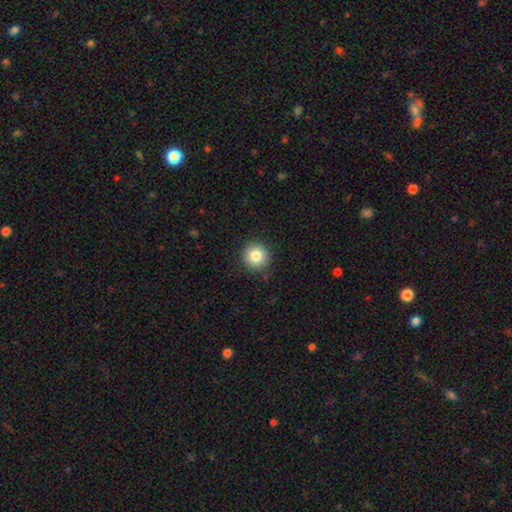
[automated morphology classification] This appears to be a smooth galaxy with no disk features (83%) that is round (94%). Merging: none (89%).